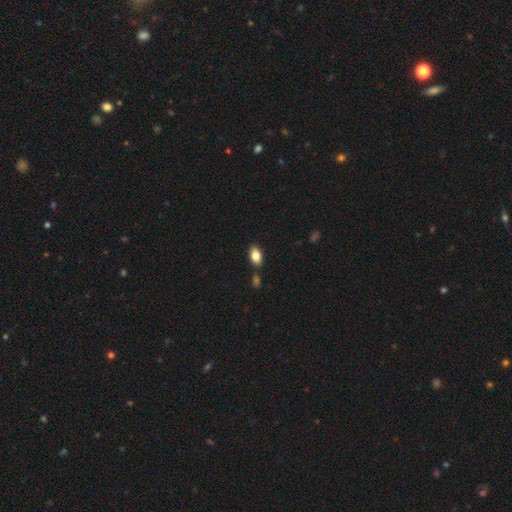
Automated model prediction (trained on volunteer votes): Smooth or featured: smooth — 84% (featured or disk — 9%)
How rounded: in between — 91% (round — 7%)
Merging: none — 81% (minor disturbance — 11%)